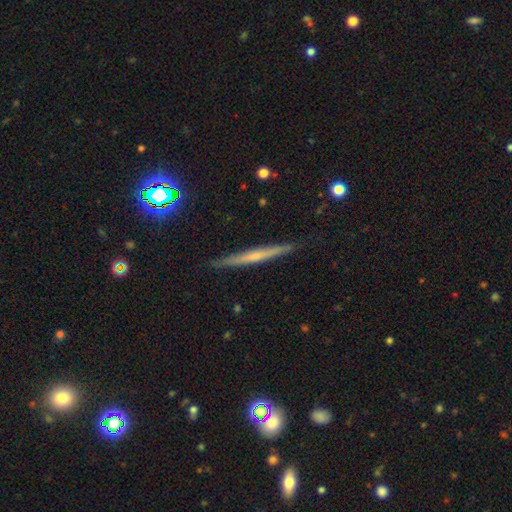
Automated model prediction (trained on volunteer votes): Overall: featured or disk (57%; smooth 34%). Edge-on disk: yes (97%). Edge-on bulge: none (59%; rounded 35%). Merging: none (89%).